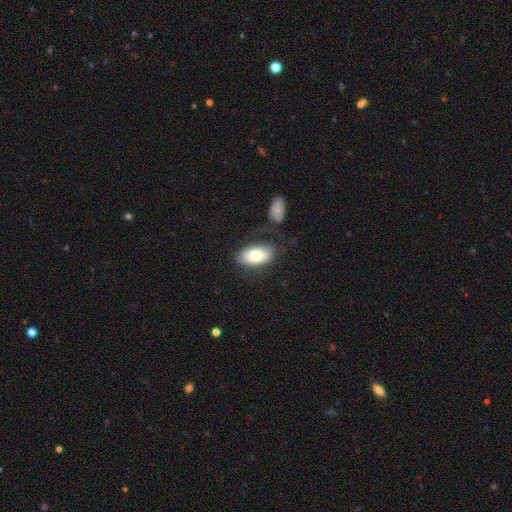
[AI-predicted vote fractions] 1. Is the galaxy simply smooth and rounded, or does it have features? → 73% smooth, 20% featured or disk, 7% star or artifact.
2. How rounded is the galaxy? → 93% in between, 5% round, 2% cigar-shaped.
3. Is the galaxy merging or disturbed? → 64% none, 18% minor disturbance, 9% major disturbance, 8% merger.